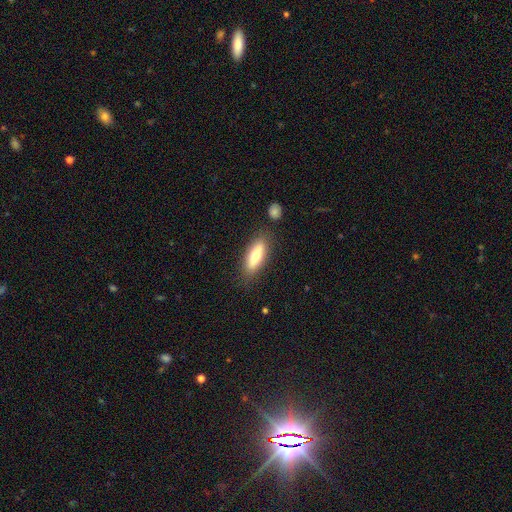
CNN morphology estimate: Smooth or featured?
  - smooth: 69% *
  - featured or disk: 25%
  - star or artifact: 6%
How rounded?
  - in between: 59% *
  - cigar-shaped: 39%
  - round: 2%
Merging?
  - none: 81% *
  - minor disturbance: 11%
  - merger: 4%
  - major disturbance: 3%